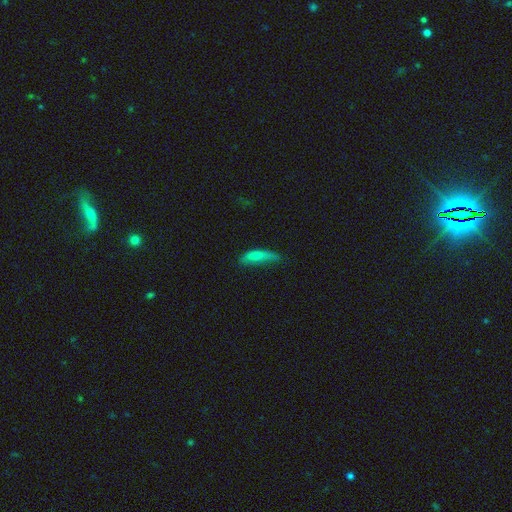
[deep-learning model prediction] smooth-or-featured: smooth: 68% | featured or disk: 23% | star or artifact: 10%
  how-rounded: cigar-shaped: 65% | in between: 33% | round: 3%
  merging: none: 43% | minor disturbance: 36% | major disturbance: 18% | merger: 3%